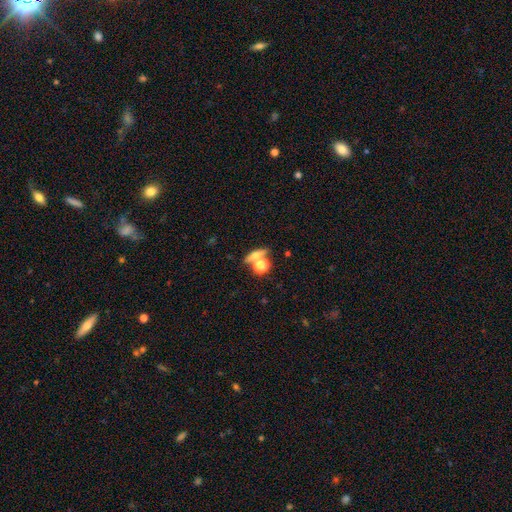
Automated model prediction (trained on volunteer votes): A smooth galaxy with no disk features (56%) that is round (37%).

Vote fractions:
- Smooth or featured? smooth: 56% / featured or disk: 28% / star or artifact: 17%
- How rounded? round: 37% / in between: 33% / cigar-shaped: 30%
- Merging? none: 57% / merger: 30% / minor disturbance: 9% / major disturbance: 5%